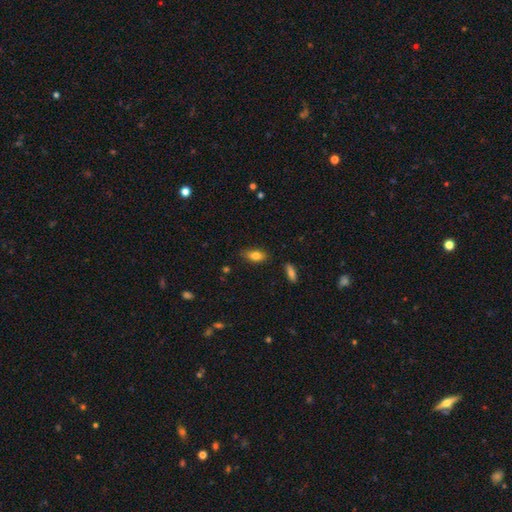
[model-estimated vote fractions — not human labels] smooth 78%, featured or disk 14%, star or artifact 8%. Down the decision tree: how rounded — in between (83%); merging — none (79%).